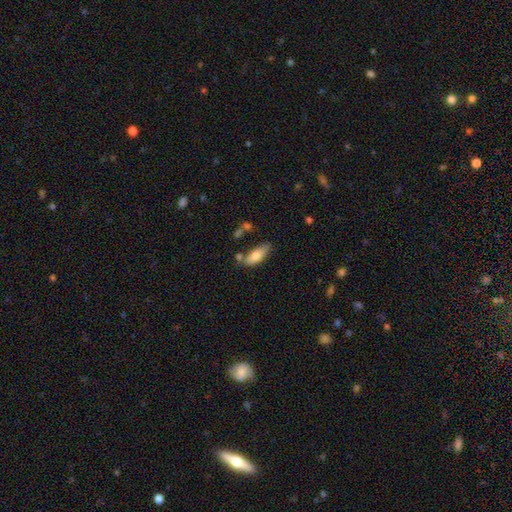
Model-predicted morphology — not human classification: smooth-or-featured: smooth: 76% | featured or disk: 17% | star or artifact: 7%
  how-rounded: in between: 80% | cigar-shaped: 18% | round: 2%
  merging: none: 58% | minor disturbance: 23% | merger: 13% | major disturbance: 6%